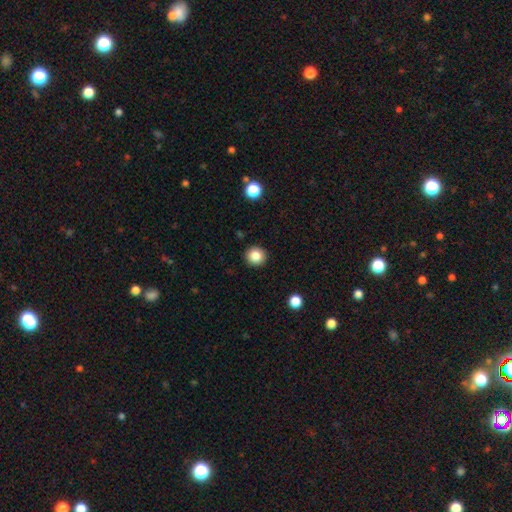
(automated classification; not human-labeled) Smooth or featured?
  - smooth: 85% *
  - star or artifact: 10%
  - featured or disk: 5%
How rounded?
  - round: 91% *
  - in between: 8%
  - cigar-shaped: 1%
Merging?
  - none: 92% *
  - minor disturbance: 5%
  - major disturbance: 2%
  - merger: 1%